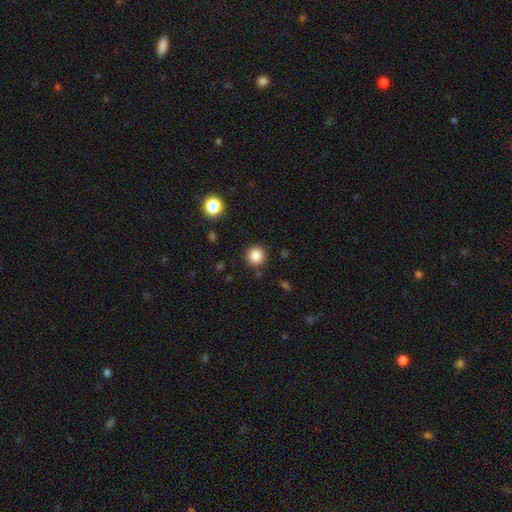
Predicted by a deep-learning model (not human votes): smooth_or_featured: smooth (p=0.85) [alt: star or artifact p=0.11]
how_rounded: round (p=0.94) [alt: in between p=0.05]
merging: none (p=0.89) [alt: minor disturbance p=0.06]